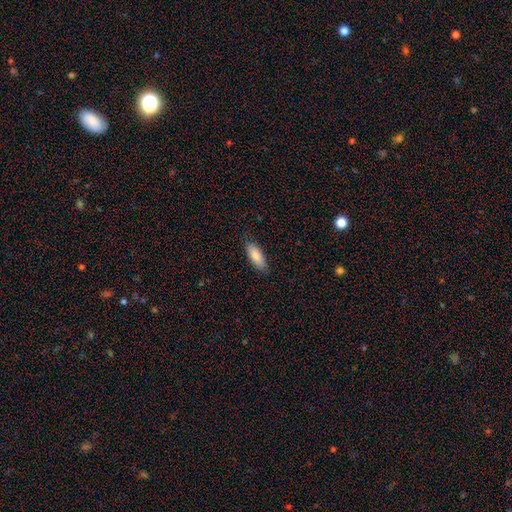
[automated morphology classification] type=smooth (83%); roundness=in between (75%); merging=none (85%).